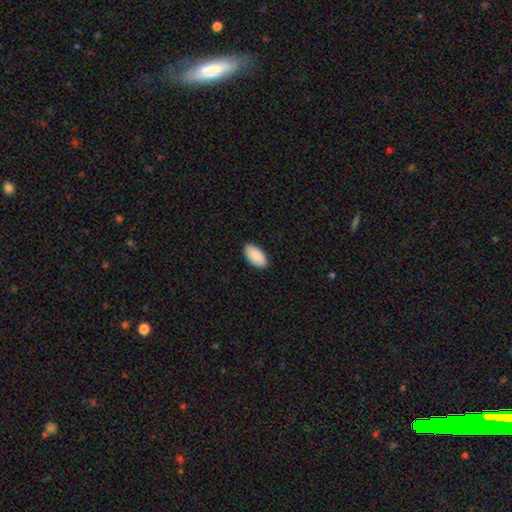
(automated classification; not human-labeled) The model was most divided on "merging": none: 89%, minor disturbance: 9%, major disturbance: 2%, merger: 1%. More confident: how rounded — in between (96%); smooth or featured — smooth (91%).